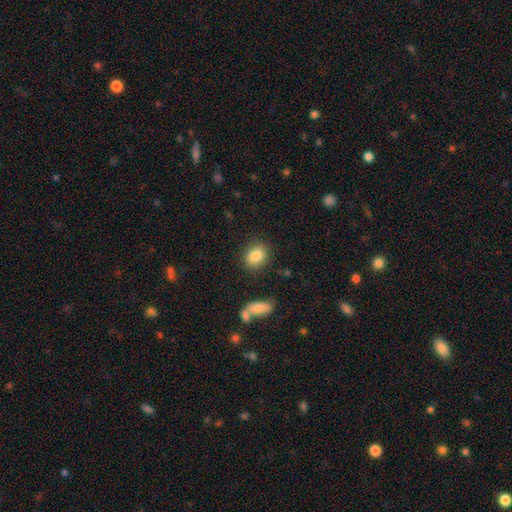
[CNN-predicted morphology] Q: Smooth or featured?
A: smooth (86%); runner-up: star or artifact (8%)
Q: How rounded?
A: in between (60%); runner-up: round (38%)
Q: Merging?
A: none (83%); runner-up: minor disturbance (11%)